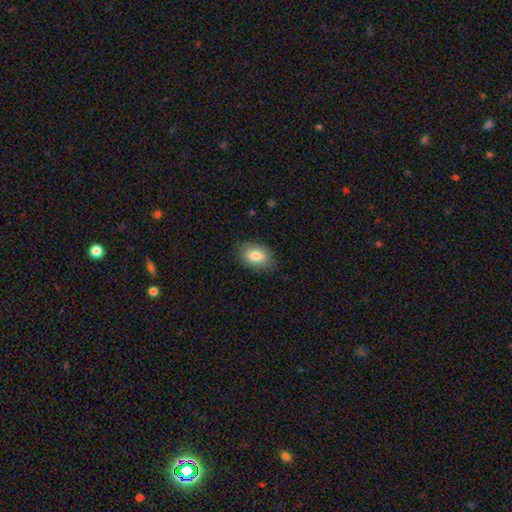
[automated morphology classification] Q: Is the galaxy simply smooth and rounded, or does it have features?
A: smooth — 81%.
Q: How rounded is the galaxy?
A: in between — 87%.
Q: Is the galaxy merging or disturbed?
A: none — 83%.